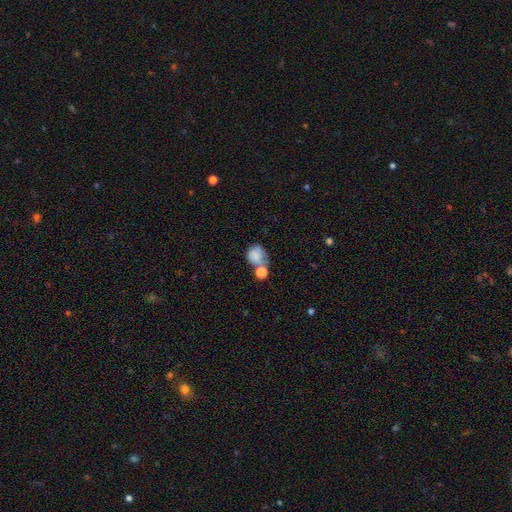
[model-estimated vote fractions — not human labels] Smooth or featured? Predicted: smooth (p=0.79). How rounded? Predicted: round (p=0.67). Merging? Predicted: merger (p=0.37).